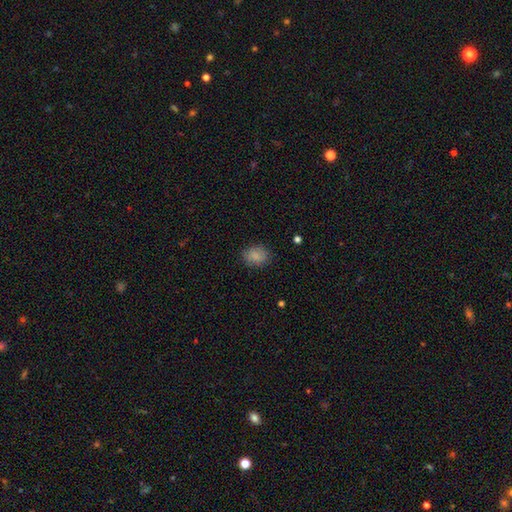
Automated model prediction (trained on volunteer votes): A smooth galaxy with no disk features (85%) that is in between round and cigar-shaped (55%). Merging: none (82%).